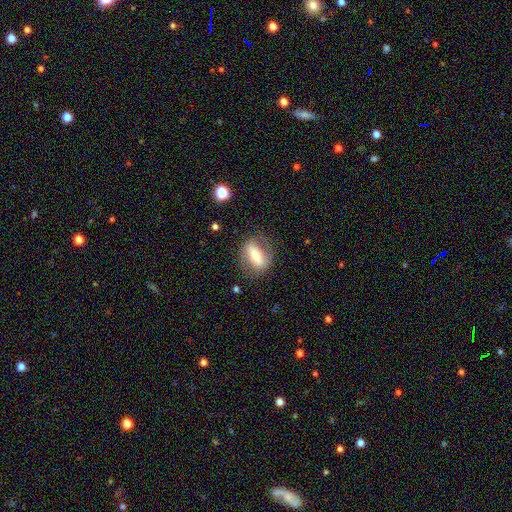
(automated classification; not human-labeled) smooth-or-featured: featured or disk: 48% | smooth: 44% | star or artifact: 8%
  merging: none: 74% | minor disturbance: 16% | major disturbance: 8% | merger: 2%